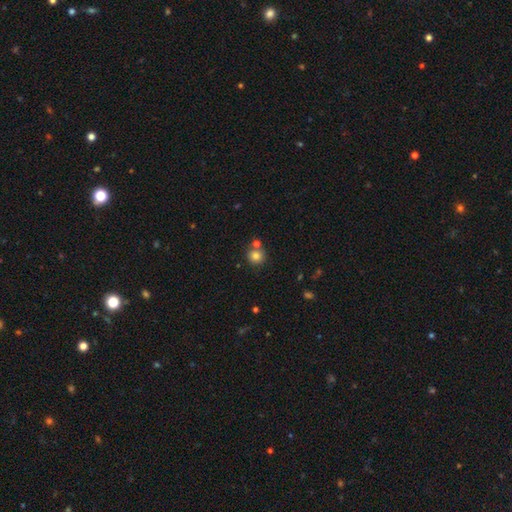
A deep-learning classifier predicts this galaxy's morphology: This appears to be a smooth galaxy with no disk features (80%) that is round (90%). Merging: none (68%).